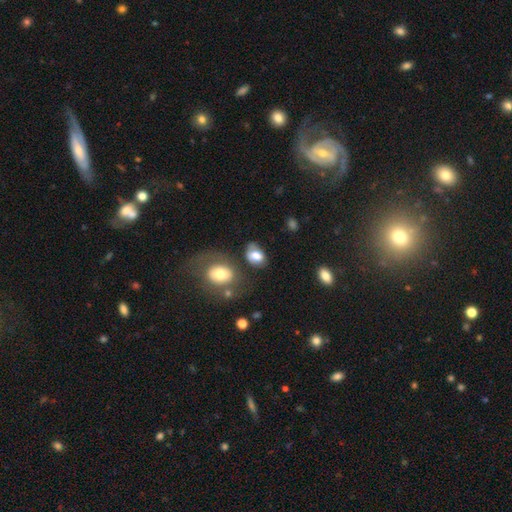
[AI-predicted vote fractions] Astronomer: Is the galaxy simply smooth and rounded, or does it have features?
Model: smooth — 76%.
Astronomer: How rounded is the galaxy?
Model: in between — 78%.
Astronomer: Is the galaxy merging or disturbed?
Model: none — 46% (runner-up: minor disturbance, 26%).